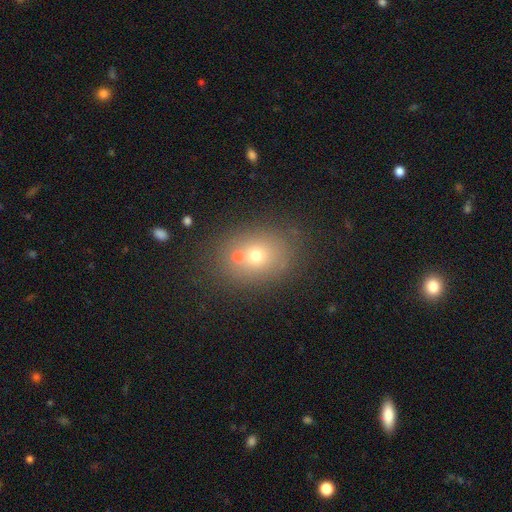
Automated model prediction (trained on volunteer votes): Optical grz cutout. It shows a smooth galaxy with no disk features (65%) that is in between round and cigar-shaped (52%). Merging: none (62%).